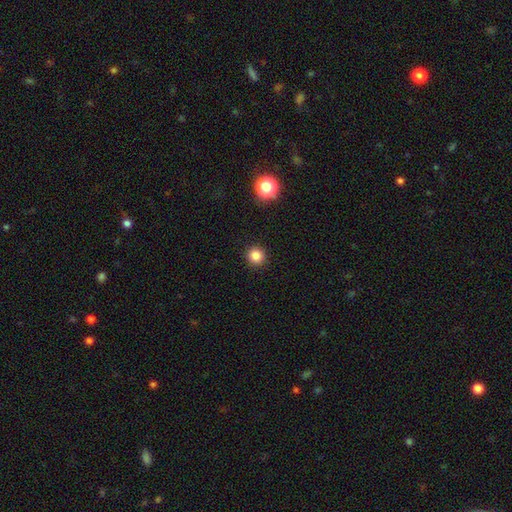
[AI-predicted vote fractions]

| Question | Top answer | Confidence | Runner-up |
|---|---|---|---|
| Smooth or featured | smooth | 83% | star or artifact (12%) |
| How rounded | round | 94% | in between (5%) |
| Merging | none | 93% | minor disturbance (5%) |